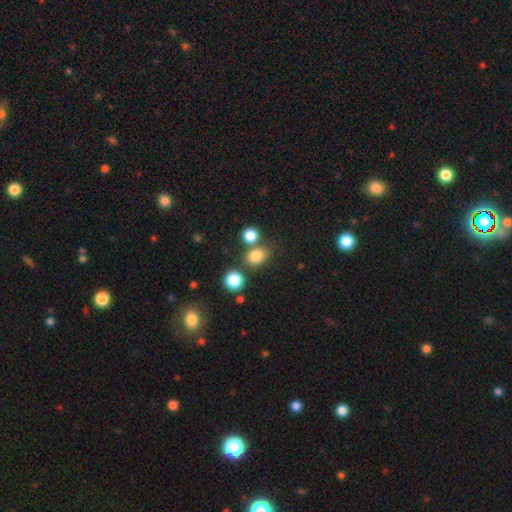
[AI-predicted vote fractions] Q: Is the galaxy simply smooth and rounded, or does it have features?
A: smooth — 80%.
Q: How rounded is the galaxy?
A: round — 52%.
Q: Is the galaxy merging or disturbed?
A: none — 67%.